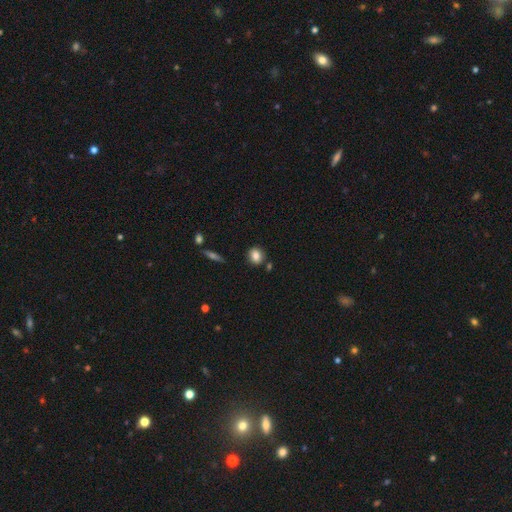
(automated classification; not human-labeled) Q: Smooth or featured?
A: smooth (82%); runner-up: star or artifact (9%)
Q: How rounded?
A: round (75%); runner-up: in between (23%)
Q: Merging?
A: none (82%); runner-up: minor disturbance (9%)